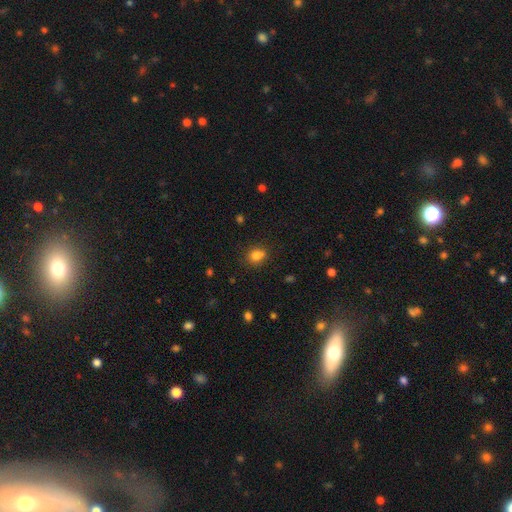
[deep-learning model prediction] Smooth or featured: smooth — 78% (star or artifact — 13%)
How rounded: round — 70% (in between — 29%)
Merging: none — 61% (merger — 20%)